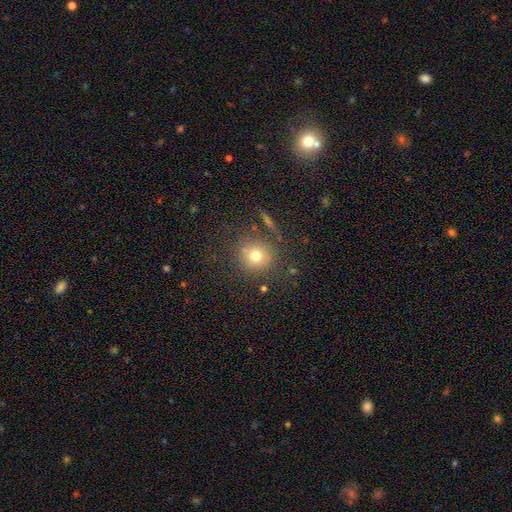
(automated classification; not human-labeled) Smooth or featured: smooth — 73% (star or artifact — 15%)
How rounded: round — 92% (in between — 7%)
Merging: none — 80% (minor disturbance — 11%)